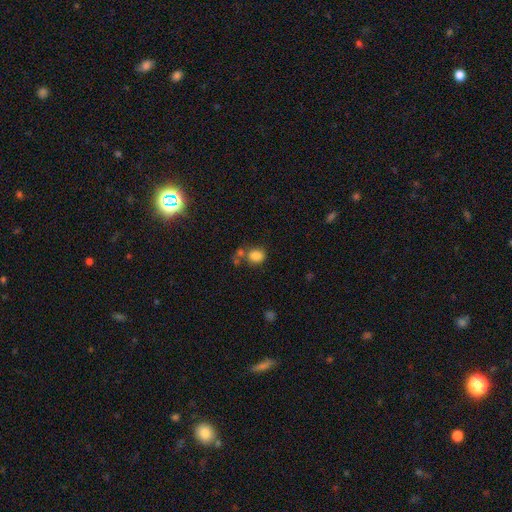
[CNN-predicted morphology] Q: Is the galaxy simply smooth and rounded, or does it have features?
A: smooth — 83%.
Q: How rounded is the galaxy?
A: round — 56%.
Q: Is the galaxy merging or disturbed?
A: none — 58%.